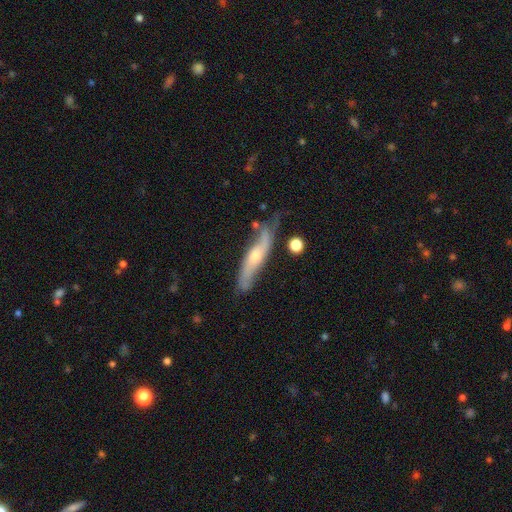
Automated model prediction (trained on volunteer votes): featured or disk 67%, smooth 26%, star or artifact 6%. Down the decision tree: edge-on disk — yes (59%); merging — none (63%).